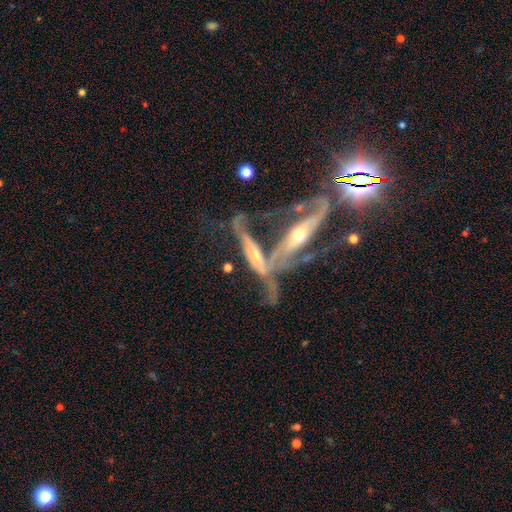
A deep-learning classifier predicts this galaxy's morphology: Smooth or featured? Predicted: featured or disk (p=0.79). Edge-on disk? Predicted: yes (p=0.52). Merging? Predicted: merger (p=0.59).